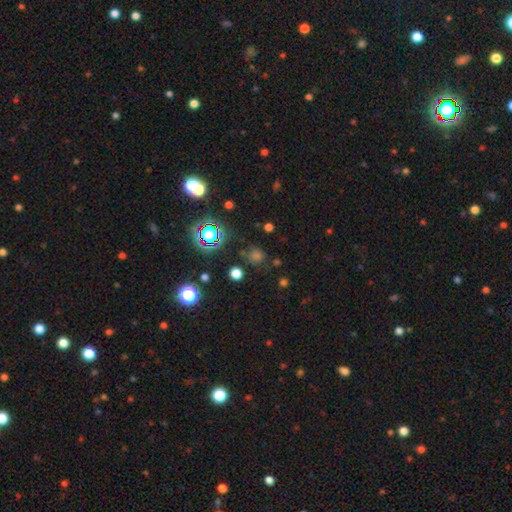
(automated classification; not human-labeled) This appears to be a star or artifact, not a galaxy (48%).